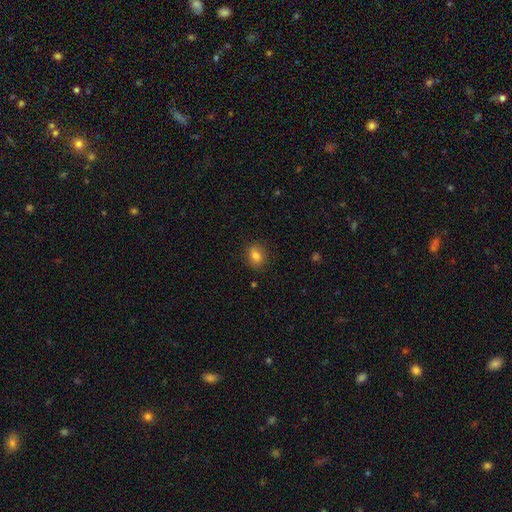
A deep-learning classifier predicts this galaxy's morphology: A smooth galaxy with no disk features (81%) that is in between round and cigar-shaped (55%). Merging: none (85%).